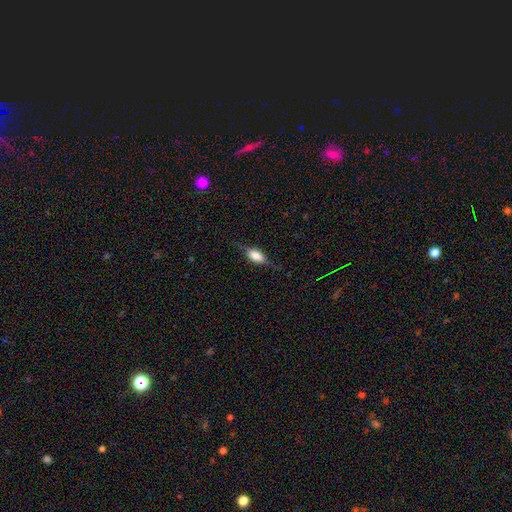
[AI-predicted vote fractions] smooth_or_featured: featured or disk (p=0.49) [alt: smooth p=0.42]
merging: none (p=0.72) [alt: minor disturbance p=0.19]